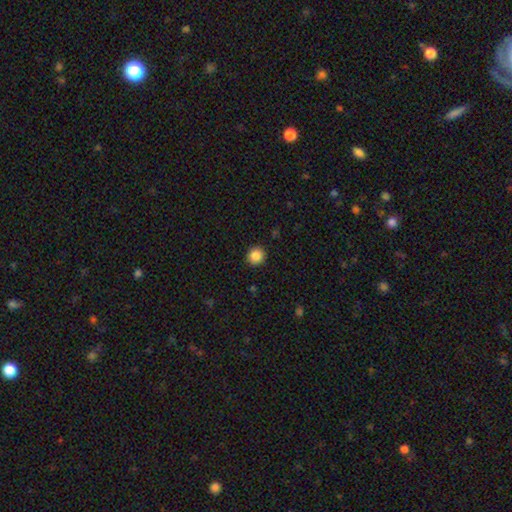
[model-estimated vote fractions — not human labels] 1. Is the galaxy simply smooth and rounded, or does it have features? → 87% smooth, 10% star or artifact, 4% featured or disk.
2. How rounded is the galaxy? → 92% round, 7% in between, 1% cigar-shaped.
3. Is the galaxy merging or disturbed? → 91% none, 6% minor disturbance, 2% major disturbance, 1% merger.